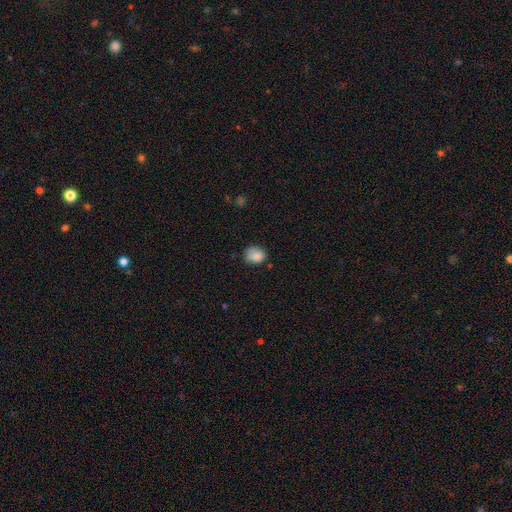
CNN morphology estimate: This appears to be a smooth galaxy with no disk features (85%) that is round (55%). Merging: none (67%).